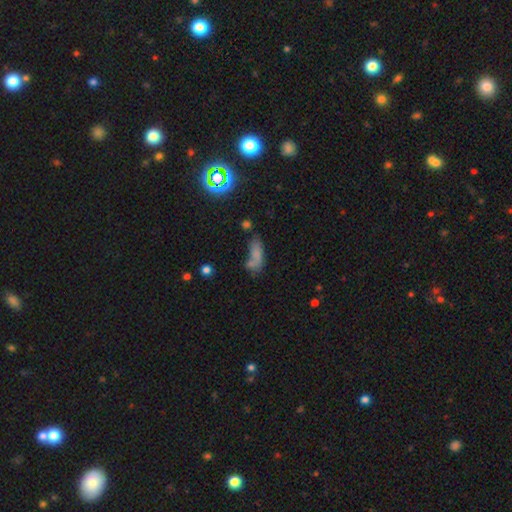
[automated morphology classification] smooth-or-featured: smooth: 65% | star or artifact: 18% | featured or disk: 16%
  how-rounded: in between: 65% | cigar-shaped: 30% | round: 5%
  merging: none: 39% | merger: 25% | minor disturbance: 21% | major disturbance: 16%